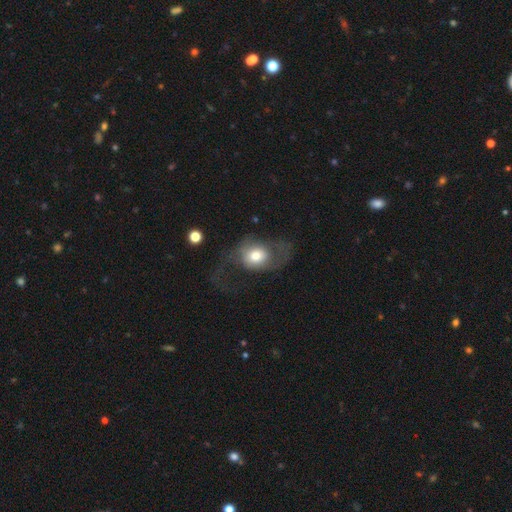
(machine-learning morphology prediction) Smooth or featured?
  - smooth: 59% *
  - featured or disk: 33%
  - star or artifact: 7%
How rounded?
  - round: 50% *
  - in between: 49%
  - cigar-shaped: 1%
Merging?
  - major disturbance: 56% *
  - none: 24%
  - minor disturbance: 17%
  - merger: 3%